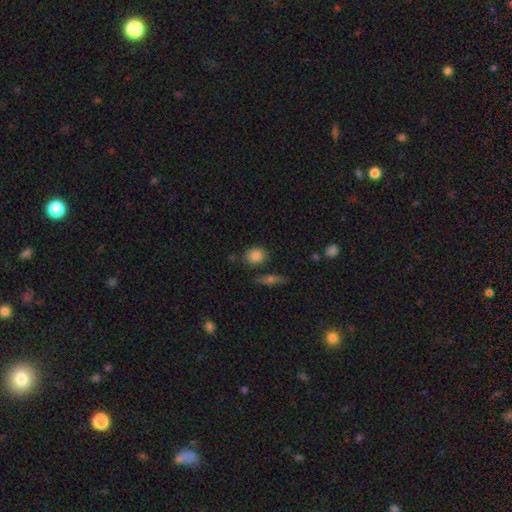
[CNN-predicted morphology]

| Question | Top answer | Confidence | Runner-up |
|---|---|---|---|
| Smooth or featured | smooth | 82% | star or artifact (9%) |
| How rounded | round | 64% | in between (33%) |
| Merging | none | 79% | minor disturbance (12%) |